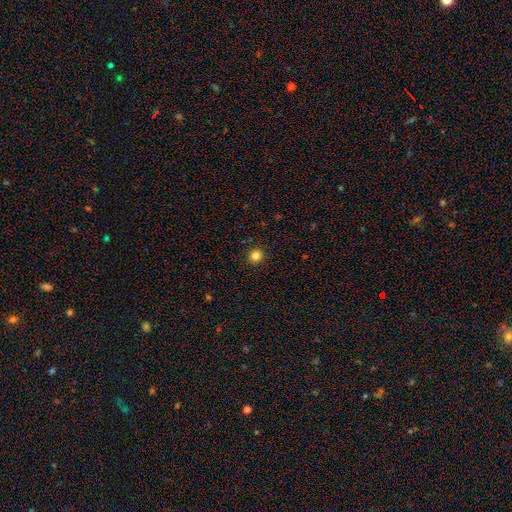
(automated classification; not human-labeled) This is clearly a smooth galaxy (84%). How rounded: clearly round (94%). Merging: clearly none (93%).